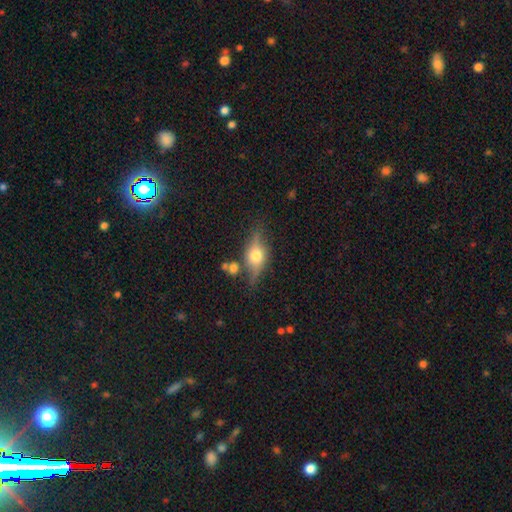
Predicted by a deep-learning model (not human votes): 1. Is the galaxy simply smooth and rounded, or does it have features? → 57% featured or disk, 34% smooth, 9% star or artifact.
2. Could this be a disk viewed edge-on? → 80% yes, 20% no.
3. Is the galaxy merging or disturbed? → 68% none, 18% minor disturbance, 7% merger, 7% major disturbance.